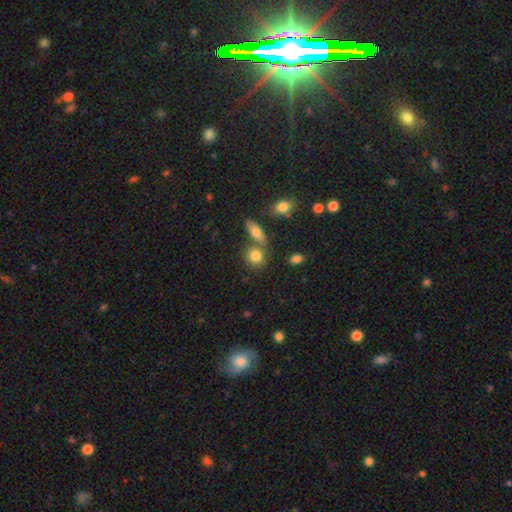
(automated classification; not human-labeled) smooth 81%, star or artifact 9%, featured or disk 9%. Down the decision tree: how rounded — round (70%); merging — none (61%).